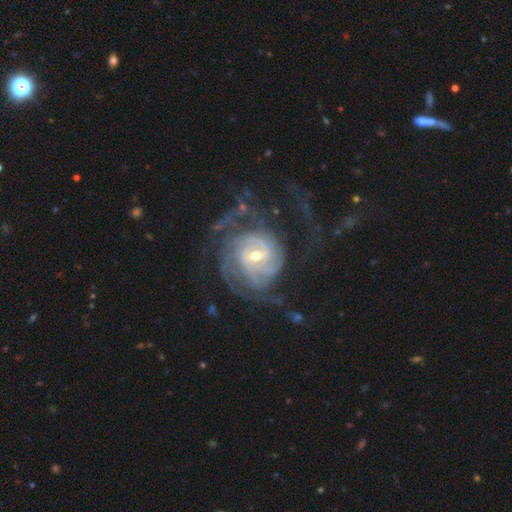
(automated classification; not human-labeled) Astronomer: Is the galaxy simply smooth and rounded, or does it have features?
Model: featured or disk — 90%.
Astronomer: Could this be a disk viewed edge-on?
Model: no — 98%.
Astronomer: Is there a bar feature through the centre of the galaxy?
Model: weak — 49% (runner-up: no, 32%).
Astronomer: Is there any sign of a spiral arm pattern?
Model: yes — 97%.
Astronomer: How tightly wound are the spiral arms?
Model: tight — 65%.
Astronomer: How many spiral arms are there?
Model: can't tell — 29% (runner-up: 2, 20%).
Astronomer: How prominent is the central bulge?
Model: moderate — 52% (runner-up: small, 43%).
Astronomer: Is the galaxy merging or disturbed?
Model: none — 54%.